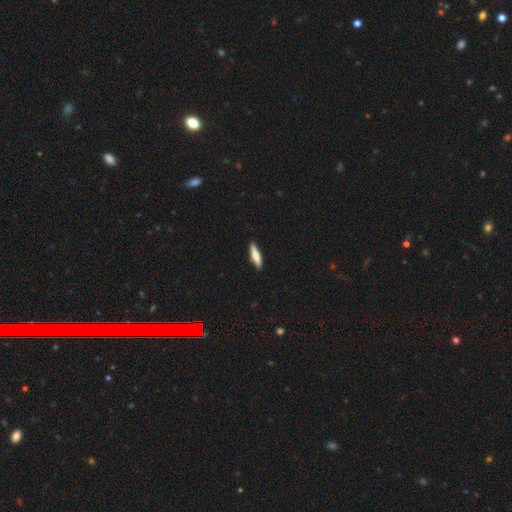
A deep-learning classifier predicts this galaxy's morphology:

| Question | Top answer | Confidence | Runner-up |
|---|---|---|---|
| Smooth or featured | smooth | 70% | featured or disk (24%) |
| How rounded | cigar-shaped | 76% | in between (22%) |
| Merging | none | 89% | minor disturbance (8%) |